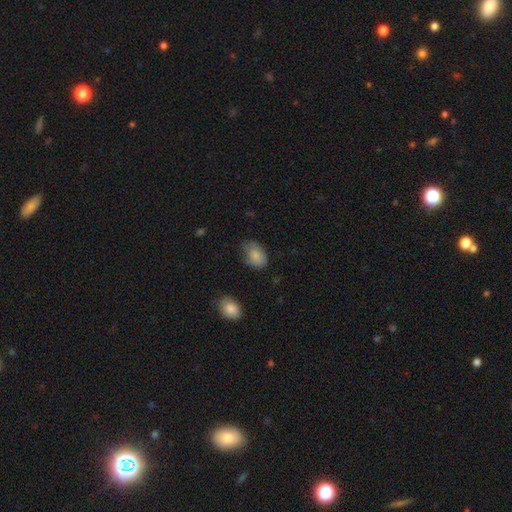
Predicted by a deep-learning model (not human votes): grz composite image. It shows a smooth galaxy with no disk features (84%) that is in between round and cigar-shaped (83%). Merging: none (57%).